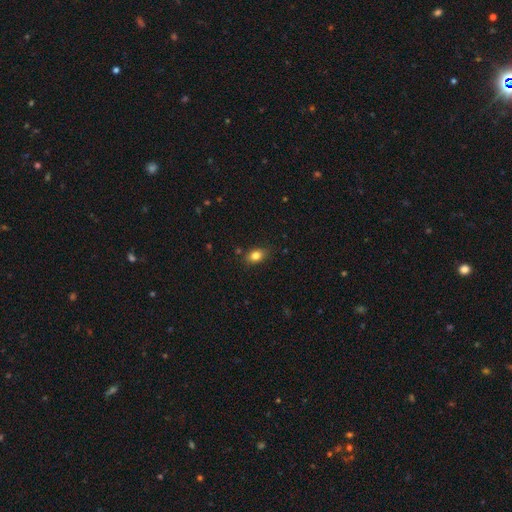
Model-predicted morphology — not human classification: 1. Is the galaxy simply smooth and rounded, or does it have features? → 82% smooth, 10% star or artifact, 8% featured or disk.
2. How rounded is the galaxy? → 76% in between, 22% round, 2% cigar-shaped.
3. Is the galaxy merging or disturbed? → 83% none, 13% minor disturbance, 3% major disturbance, 2% merger.